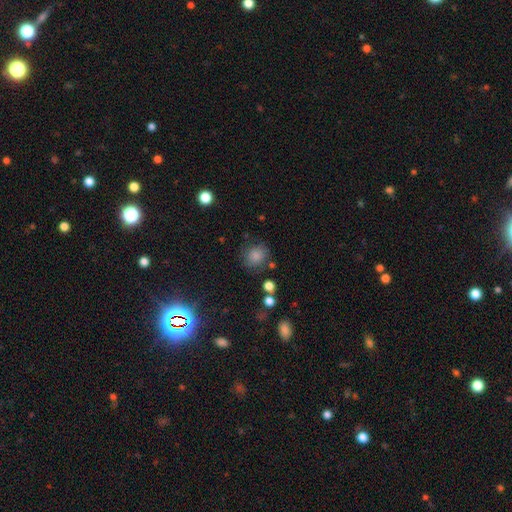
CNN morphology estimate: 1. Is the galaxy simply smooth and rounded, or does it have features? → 81% smooth, 12% star or artifact, 7% featured or disk.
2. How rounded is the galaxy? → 81% round, 18% in between, 1% cigar-shaped.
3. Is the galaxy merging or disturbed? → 77% none, 14% minor disturbance, 5% major disturbance, 4% merger.